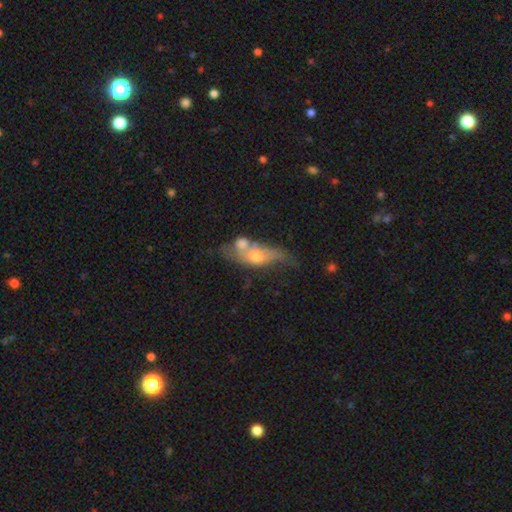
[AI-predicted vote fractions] Smooth or featured? featured or disk (47%)
Merging? merger (44%)